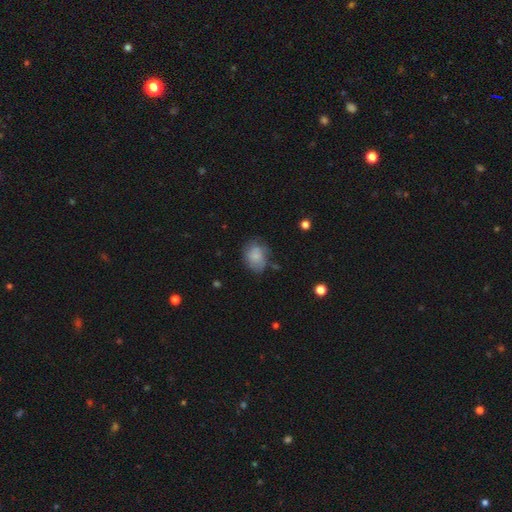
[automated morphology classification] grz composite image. It shows a smooth galaxy with no disk features (73%) that is in between round and cigar-shaped (60%). Merging: none (53%).